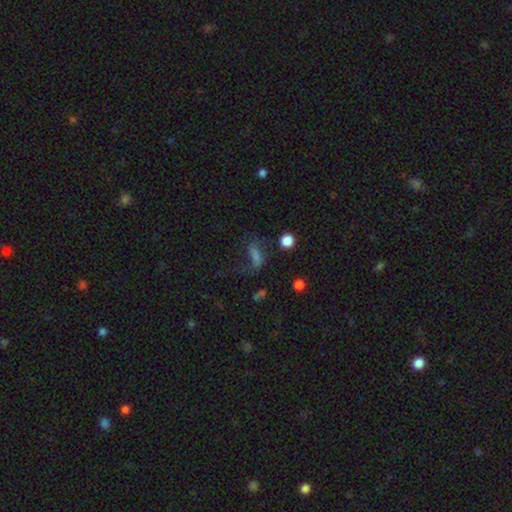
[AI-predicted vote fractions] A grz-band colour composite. It shows a smooth galaxy with no disk features (42%). Merging: none (48%).